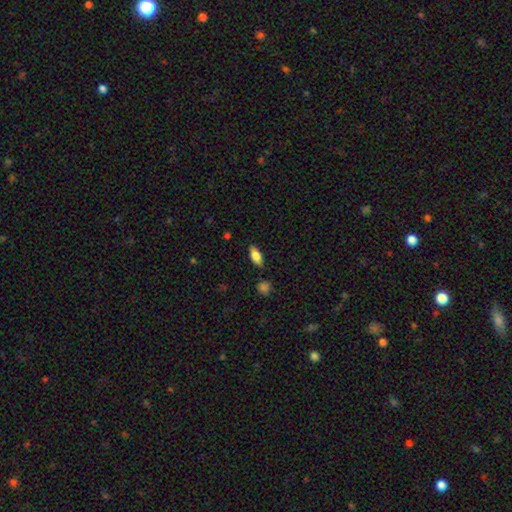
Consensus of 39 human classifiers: Volunteers were most divided on "smooth or featured": smooth: 64%, featured or disk: 28%, star or artifact: 8%. More confident: merging — none (81%); how rounded — in between (76%).